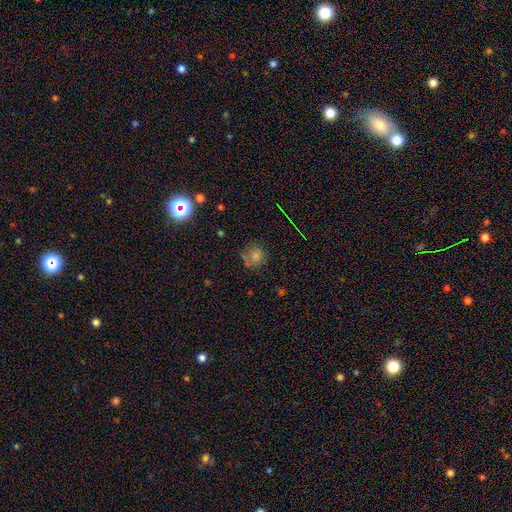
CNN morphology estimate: Smooth or featured? smooth (65%)
How rounded? round (87%)
Merging? none (68%)